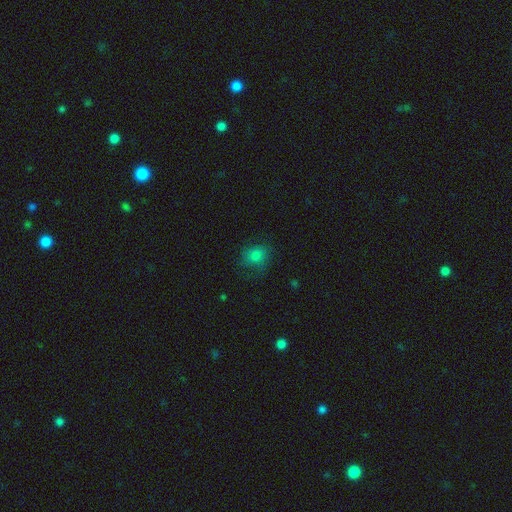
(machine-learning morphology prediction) Smooth or featured? smooth (77%)
How rounded? round (67%)
Merging? none (64%)